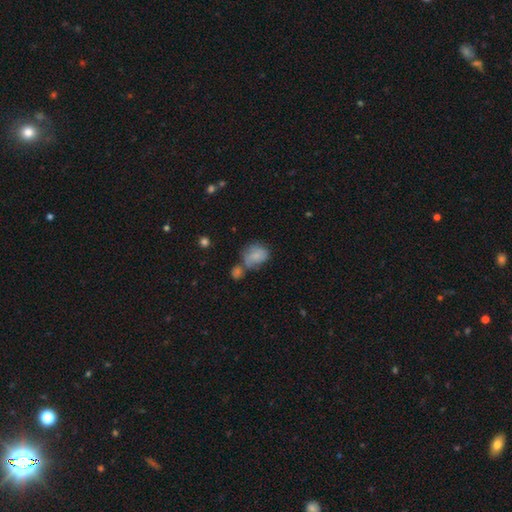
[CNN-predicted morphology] This appears to be a smooth galaxy with no disk features (79%) that is round (51%). Merging: none (37%).